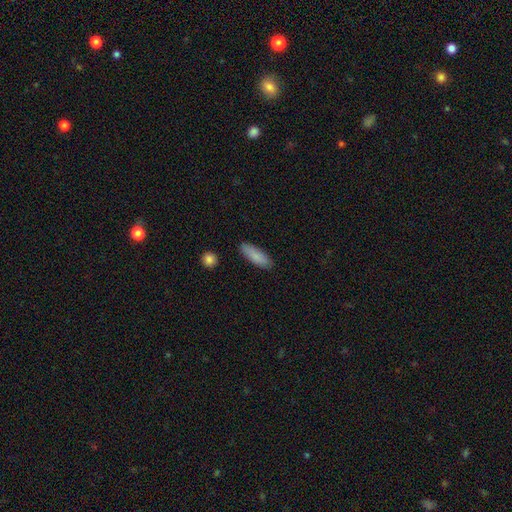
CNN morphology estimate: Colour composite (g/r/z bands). It shows a smooth galaxy with no disk features (86%) that is in between round and cigar-shaped (55%). Merging: none (86%).